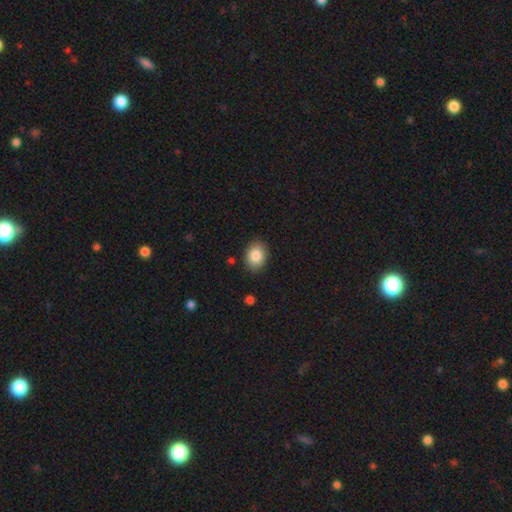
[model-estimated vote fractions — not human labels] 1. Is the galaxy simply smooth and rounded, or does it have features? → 84% smooth, 8% star or artifact, 7% featured or disk.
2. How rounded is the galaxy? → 64% in between, 35% round, 1% cigar-shaped.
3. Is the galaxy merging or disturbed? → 88% none, 9% minor disturbance, 2% major disturbance, 1% merger.